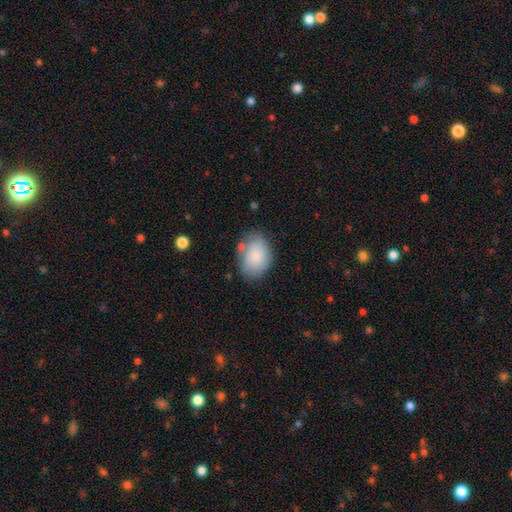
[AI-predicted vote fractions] Smooth or featured? smooth (81%)
How rounded? in between (78%)
Merging? none (69%)